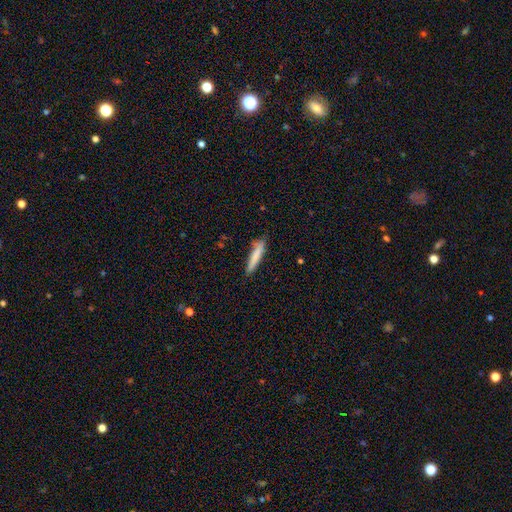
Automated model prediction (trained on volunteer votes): Smooth or featured: smooth — 79% (featured or disk — 14%)
How rounded: cigar-shaped — 89% (in between — 9%)
Merging: none — 75% (minor disturbance — 19%)